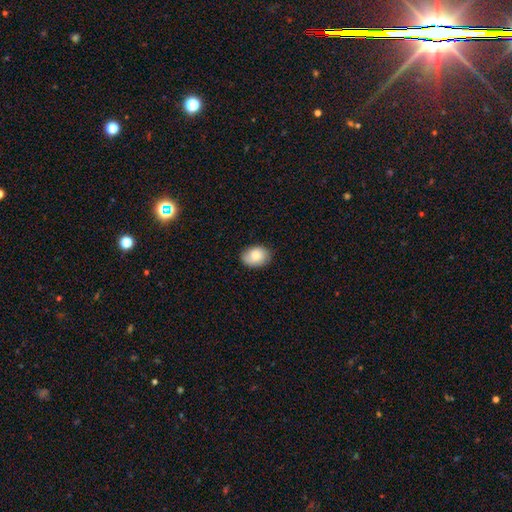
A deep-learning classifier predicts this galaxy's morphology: Smooth or featured: smooth — 78% (featured or disk — 15%)
How rounded: in between — 70% (round — 29%)
Merging: none — 82% (minor disturbance — 15%)